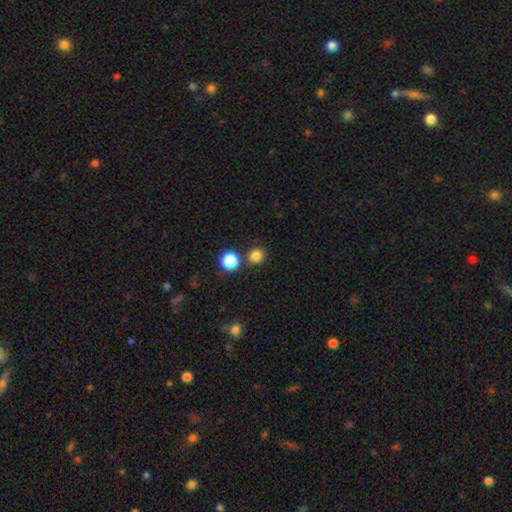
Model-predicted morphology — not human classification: Smooth or featured: smooth — 82% (star or artifact — 14%)
How rounded: round — 87% (in between — 12%)
Merging: none — 80% (merger — 11%)